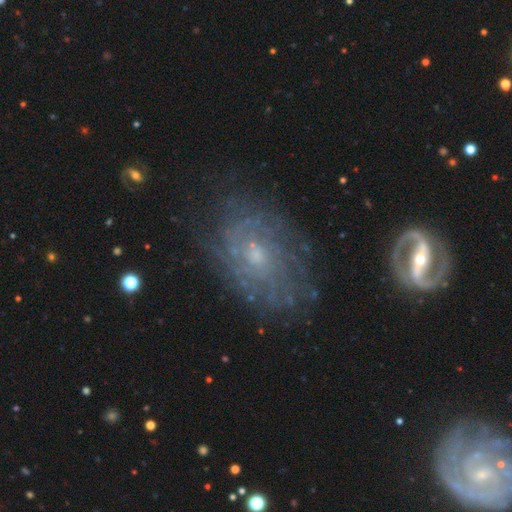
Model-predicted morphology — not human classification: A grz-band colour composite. It shows a featured or disk galaxy (76%) with no bar (56%), tight (58%) spiral arms (82%) and a small central bulge (57%). Merging: none (68%).